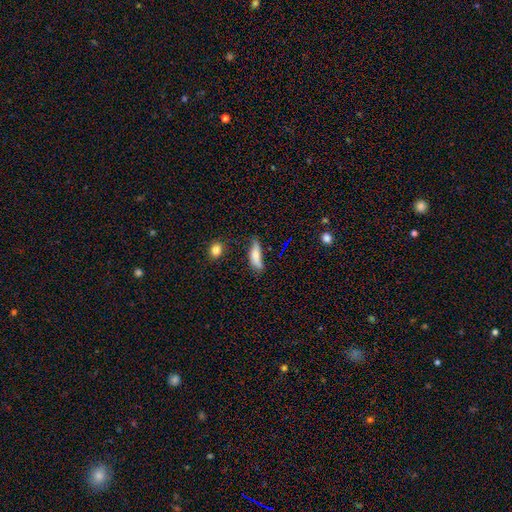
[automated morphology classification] This is likely a smooth galaxy (72%). How rounded: possibly cigar-shaped (50%). Merging: marginally none (44%).